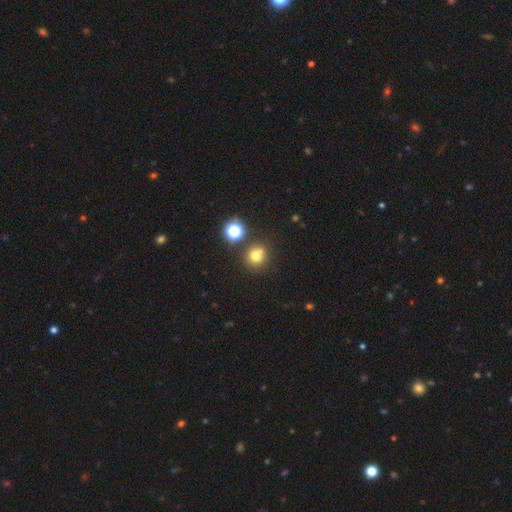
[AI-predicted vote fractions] smooth_or_featured: smooth (p=0.73) [alt: star or artifact p=0.18]
how_rounded: round (p=0.88) [alt: in between p=0.11]
merging: none (p=0.69) [alt: merger p=0.18]